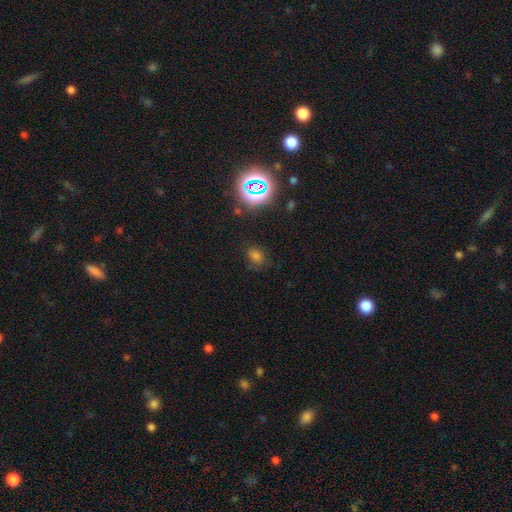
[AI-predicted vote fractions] Smooth or featured?
  - smooth: 64% *
  - star or artifact: 28%
  - featured or disk: 8%
How rounded?
  - in between: 62% *
  - round: 37%
  - cigar-shaped: 1%
Merging?
  - none: 76% *
  - minor disturbance: 16%
  - major disturbance: 6%
  - merger: 2%